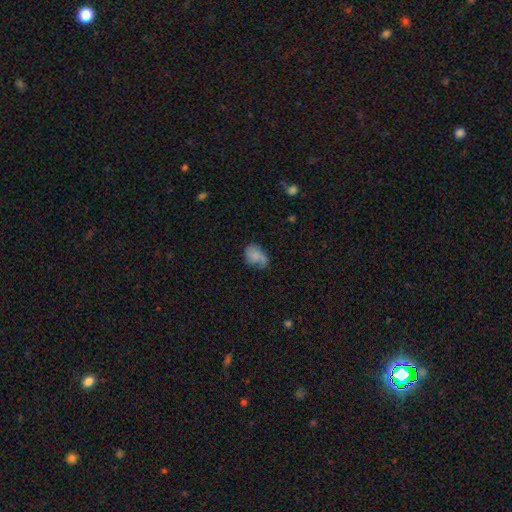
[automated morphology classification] smooth_or_featured: smooth (p=0.59) [alt: featured or disk p=0.33]
how_rounded: in between (p=0.76) [alt: round p=0.23]
merging: none (p=0.44) [alt: minor disturbance p=0.33]